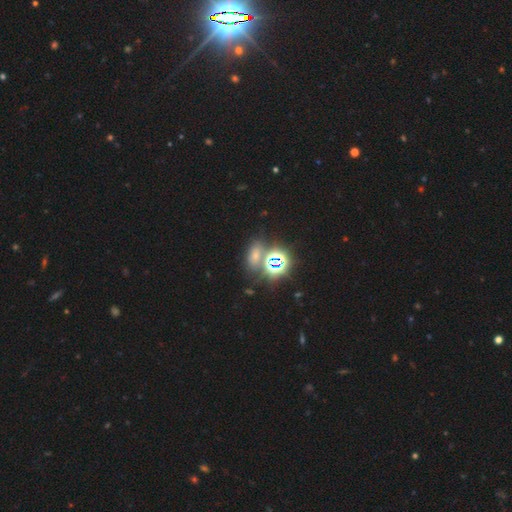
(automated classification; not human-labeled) smooth_or_featured: star or artifact (p=0.48) [alt: smooth p=0.41]